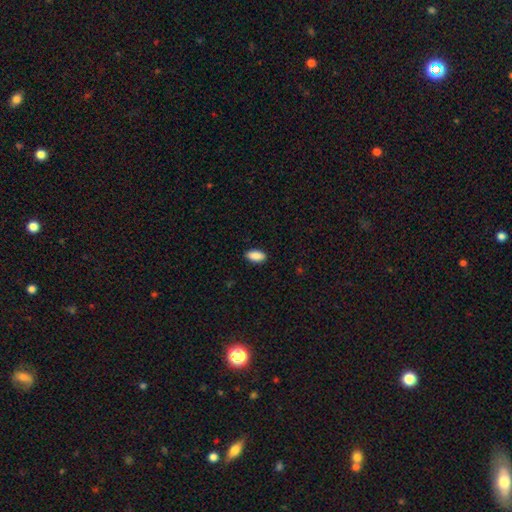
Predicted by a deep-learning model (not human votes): This appears to be a smooth galaxy with no disk features (90%) that is in between round and cigar-shaped (91%). Merging: none (89%).